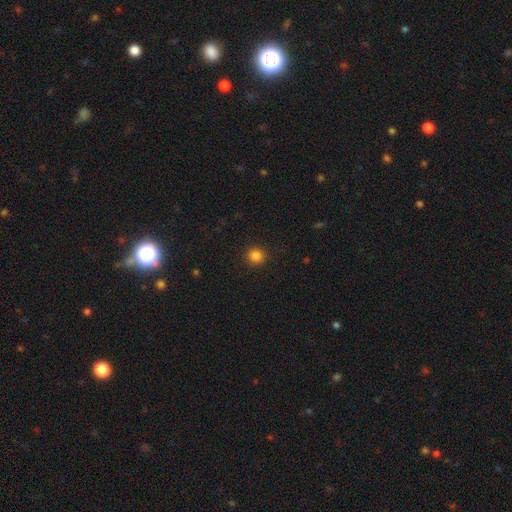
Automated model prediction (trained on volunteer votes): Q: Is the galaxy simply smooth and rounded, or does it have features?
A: smooth — 85%.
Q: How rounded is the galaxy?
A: round — 92%.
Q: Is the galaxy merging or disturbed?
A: none — 92%.